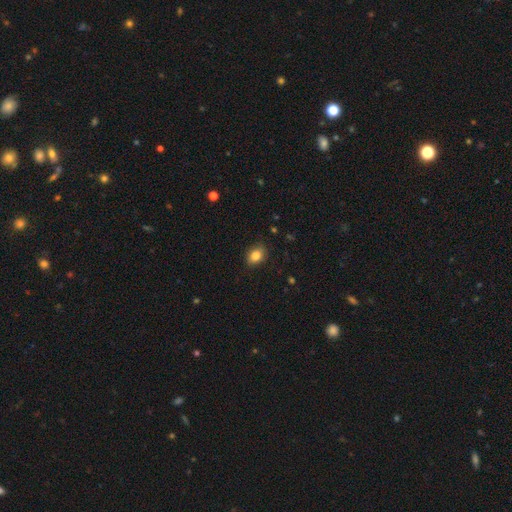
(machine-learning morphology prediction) The model was most divided on "how rounded": in between: 73%, round: 26%, cigar-shaped: 1%. More confident: smooth or featured — smooth (85%); merging — none (84%).